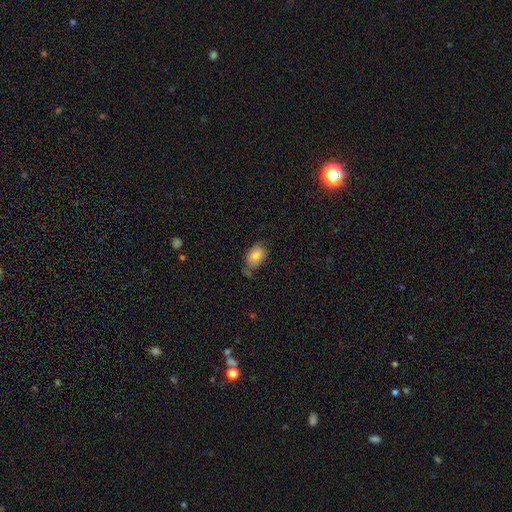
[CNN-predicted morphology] This appears to be a smooth galaxy with no disk features (79%) that is in between round and cigar-shaped (82%). Merging: none (63%).